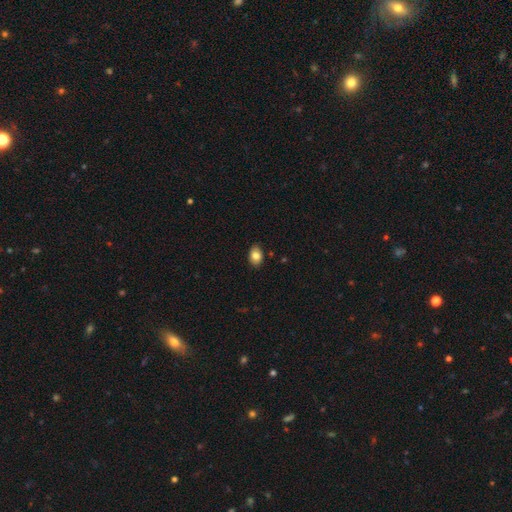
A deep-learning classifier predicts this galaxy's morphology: The model was most divided on "how rounded": in between: 78%, round: 21%, cigar-shaped: 1%. More confident: merging — none (86%); smooth or featured — smooth (84%).